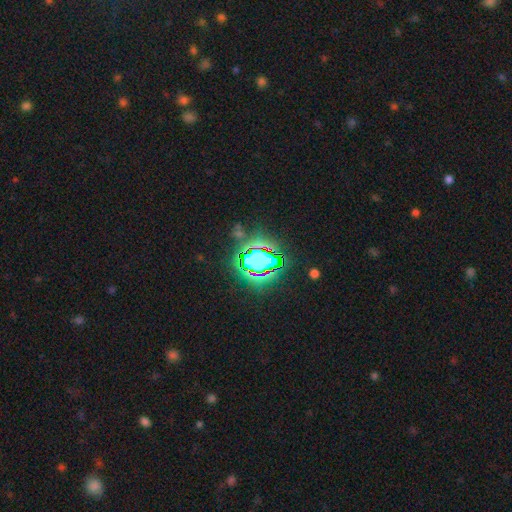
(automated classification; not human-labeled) This is clearly a star or artifact rather than a galaxy (83%).